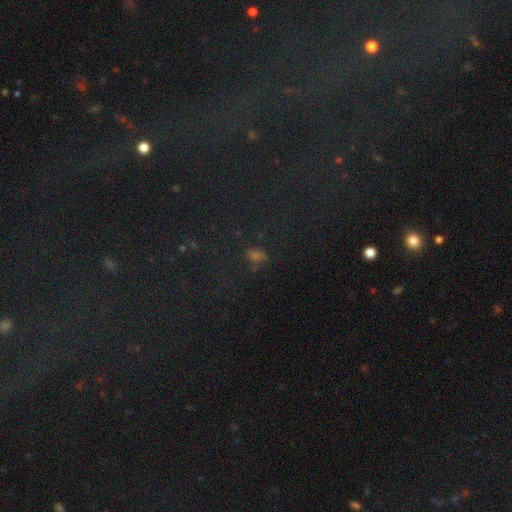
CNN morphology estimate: A star or artifact, not a galaxy (47%).